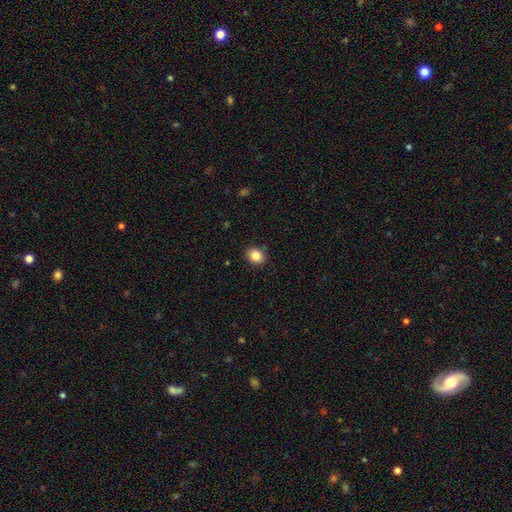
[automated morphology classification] smooth 85%, star or artifact 10%, featured or disk 5%. Down the decision tree: how rounded — round (58%); merging — none (89%).